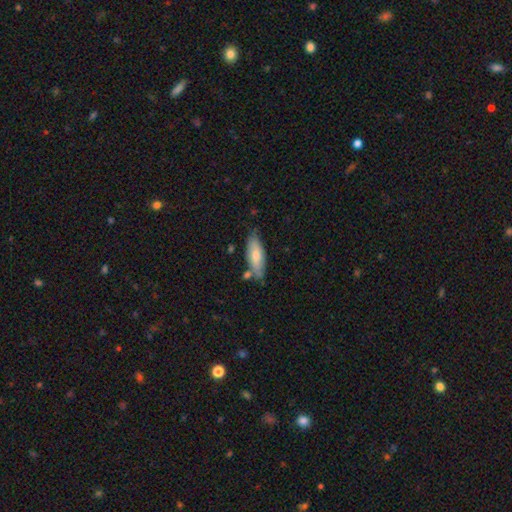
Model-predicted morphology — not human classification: smooth 70%, featured or disk 25%, star or artifact 6%. Down the decision tree: how rounded — in between (63%); merging — none (68%).